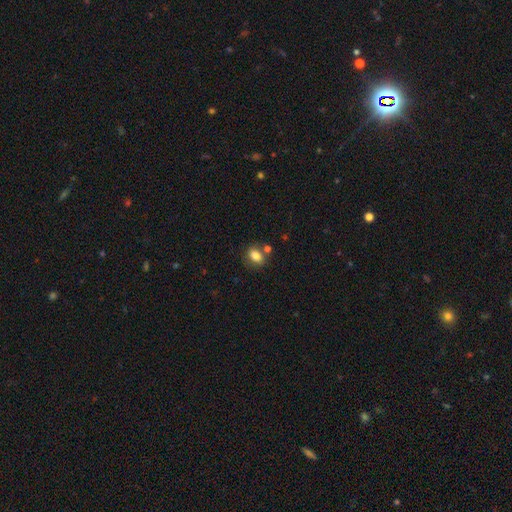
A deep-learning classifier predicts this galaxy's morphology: This is clearly a smooth galaxy (81%). How rounded: likely in between (69%). Merging: likely none (68%).